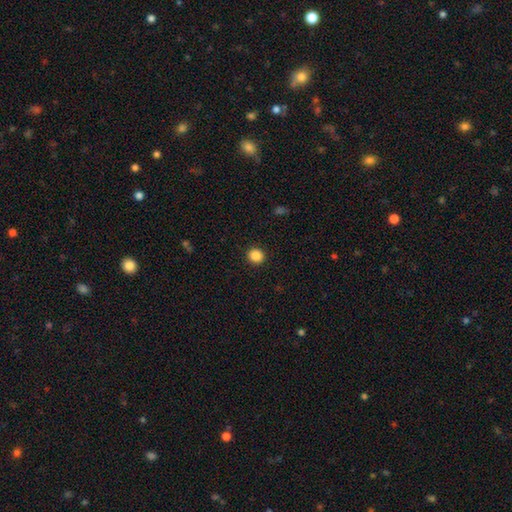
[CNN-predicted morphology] smooth_or_featured: smooth (p=0.87) [alt: star or artifact p=0.10]
how_rounded: round (p=0.88) [alt: in between p=0.11]
merging: none (p=0.92) [alt: minor disturbance p=0.05]